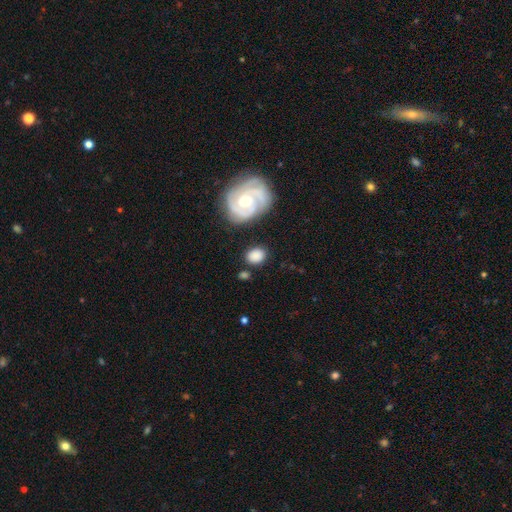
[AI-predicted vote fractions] Overall: smooth (72%). How rounded: in between (56%; round 42%). Merging: none (74%).